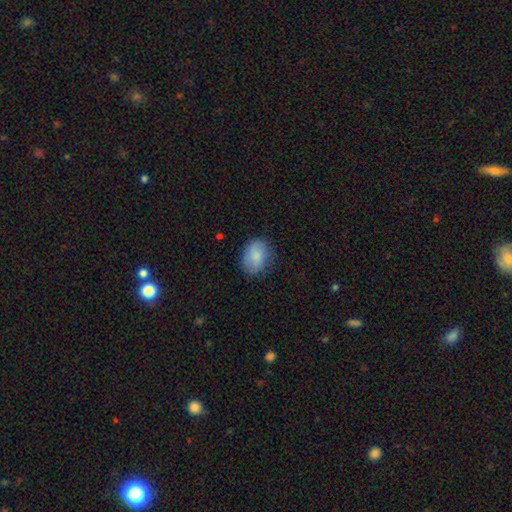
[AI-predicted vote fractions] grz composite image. It shows a smooth galaxy with no disk features (84%) that is in between round and cigar-shaped (65%). Merging: none (75%).